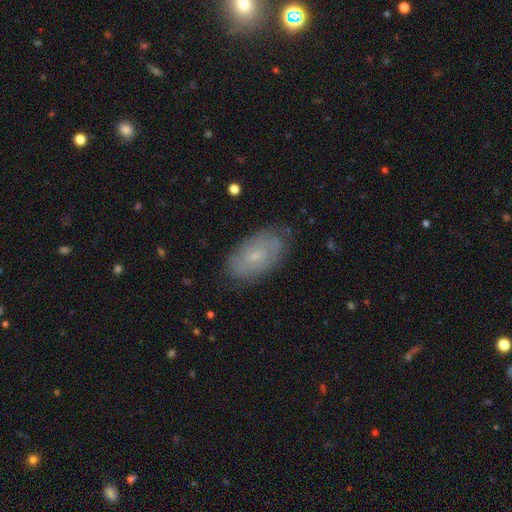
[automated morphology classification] smooth_or_featured: featured or disk (p=0.57) [alt: smooth p=0.35]
disk_edge_on: no (p=0.93) [alt: yes p=0.07]
bar: no (p=0.64) [alt: weak p=0.31]
has_spiral_arms: yes (p=0.80) [alt: no p=0.20]
bulge_size: small (p=0.73) [alt: moderate p=0.20]
merging: none (p=0.78) [alt: minor disturbance p=0.17]